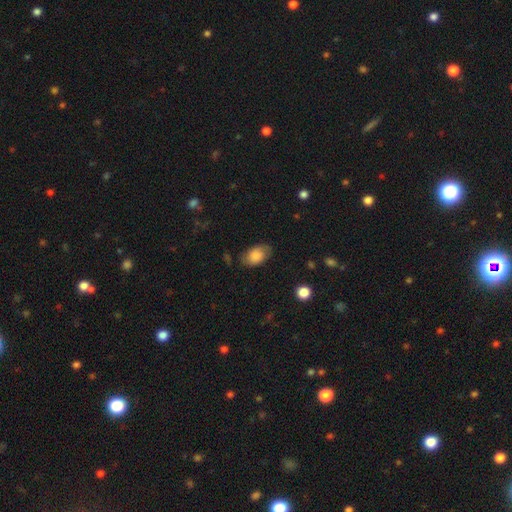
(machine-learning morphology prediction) Smooth or featured? smooth (75%)
How rounded? in between (88%)
Merging? none (70%)